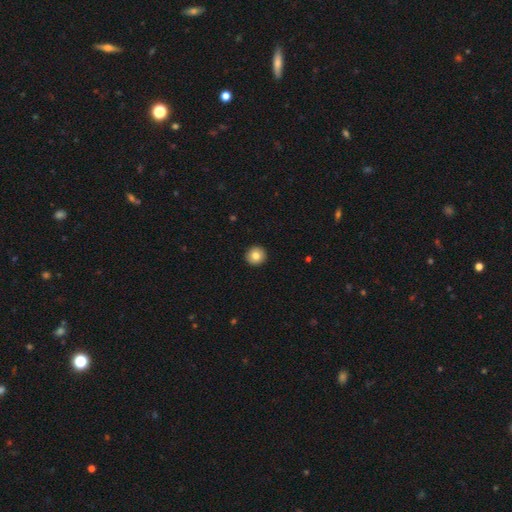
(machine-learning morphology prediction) Smooth or featured?
  - smooth: 82% *
  - featured or disk: 10%
  - star or artifact: 8%
How rounded?
  - round: 95% *
  - in between: 4%
  - cigar-shaped: 1%
Merging?
  - none: 93% *
  - minor disturbance: 4%
  - major disturbance: 1%
  - merger: 1%